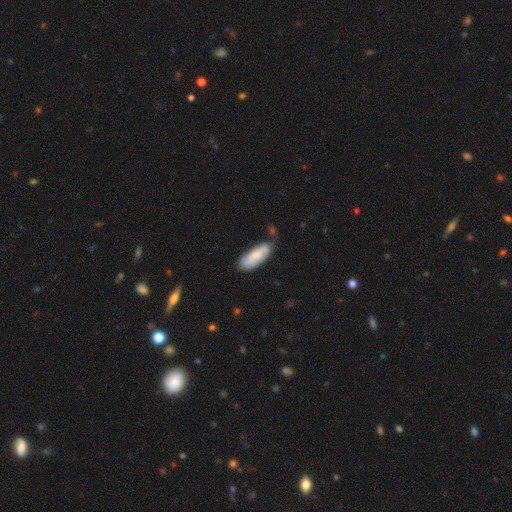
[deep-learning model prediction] This is likely a smooth galaxy (79%). How rounded: likely in between (65%). Merging: likely none (63%).